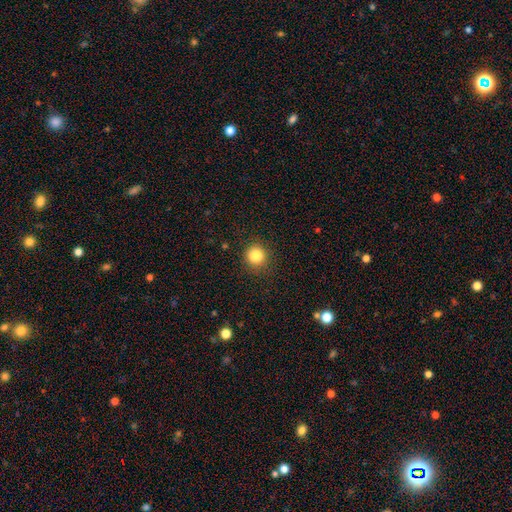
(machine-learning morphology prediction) A smooth galaxy with no disk features (85%) that is round (92%). Merging: none (89%).